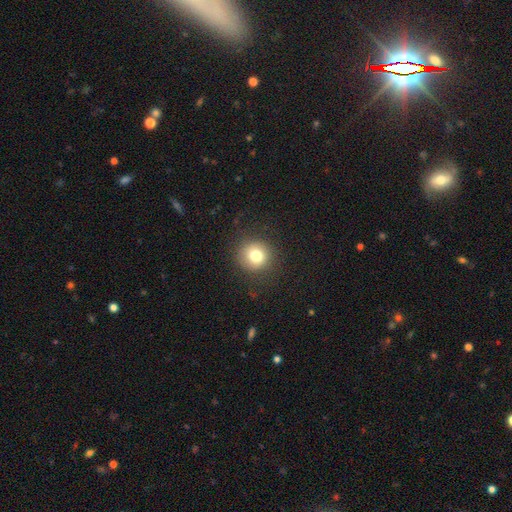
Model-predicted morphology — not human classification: Q: Smooth or featured?
A: smooth (78%); runner-up: star or artifact (12%)
Q: How rounded?
A: round (92%); runner-up: in between (7%)
Q: Merging?
A: none (88%); runner-up: minor disturbance (8%)